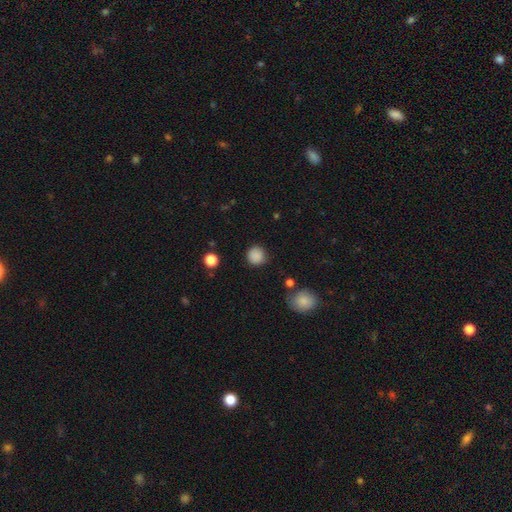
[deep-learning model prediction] Overall: smooth (87%). How rounded: round (93%). Merging: none (87%).